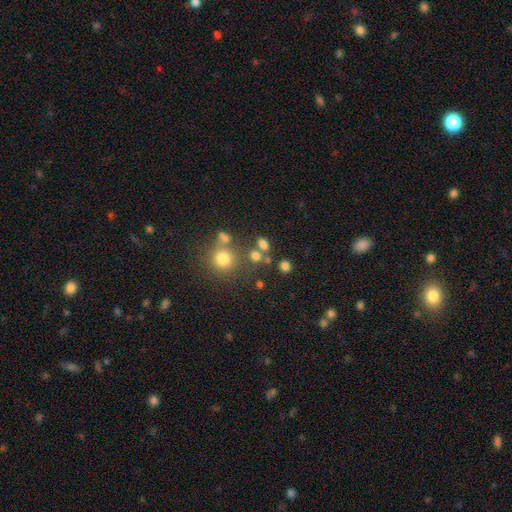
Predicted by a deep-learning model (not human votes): A smooth galaxy with no disk features (70%) that is round (51%). Merging: none (59%).